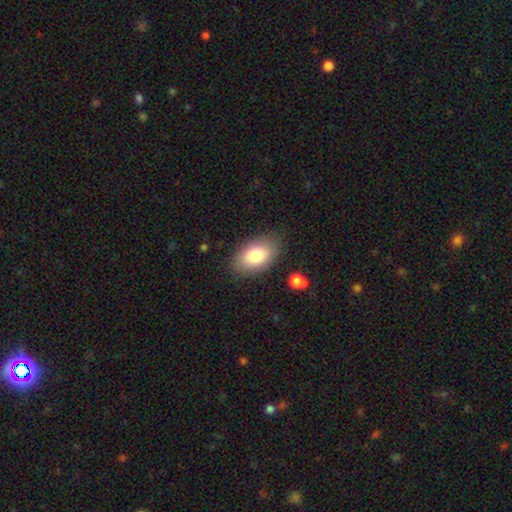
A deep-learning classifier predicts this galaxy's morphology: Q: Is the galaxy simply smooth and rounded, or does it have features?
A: smooth — 80%.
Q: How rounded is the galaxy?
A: in between — 92%.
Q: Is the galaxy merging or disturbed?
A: none — 82%.